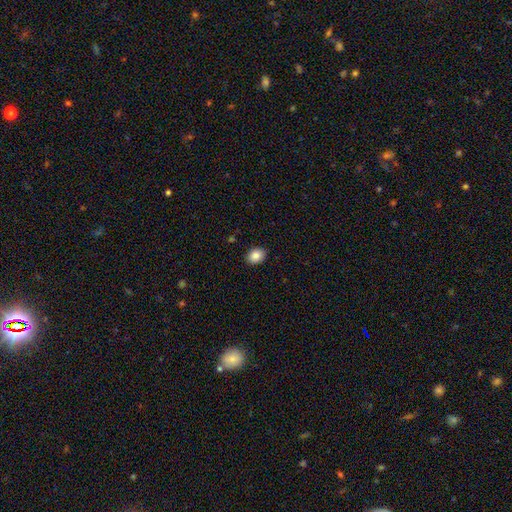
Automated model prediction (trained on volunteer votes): Q: Smooth or featured?
A: smooth (87%); runner-up: star or artifact (8%)
Q: How rounded?
A: in between (62%); runner-up: round (37%)
Q: Merging?
A: none (90%); runner-up: minor disturbance (7%)